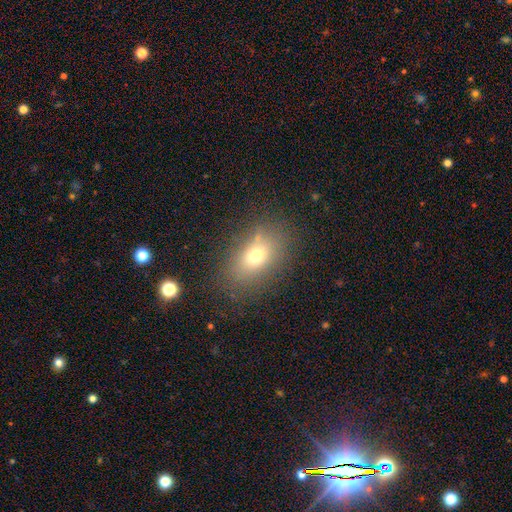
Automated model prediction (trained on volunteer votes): Smooth or featured? Predicted: smooth (p=0.69). How rounded? Predicted: in between (p=0.75). Merging? Predicted: none (p=0.79).